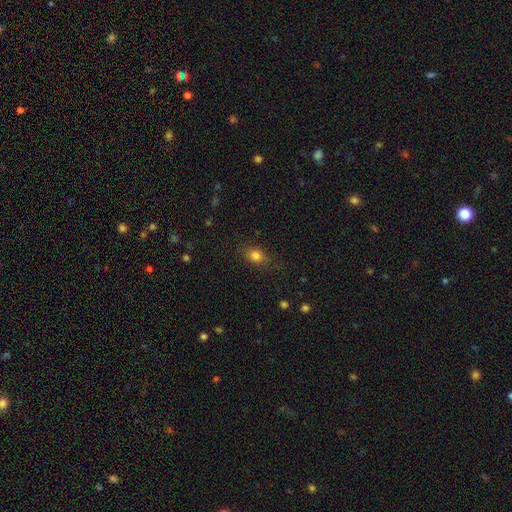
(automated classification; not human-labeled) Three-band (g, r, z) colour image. It shows a smooth galaxy with no disk features (81%) that is in between round and cigar-shaped (59%). Merging: none (80%).